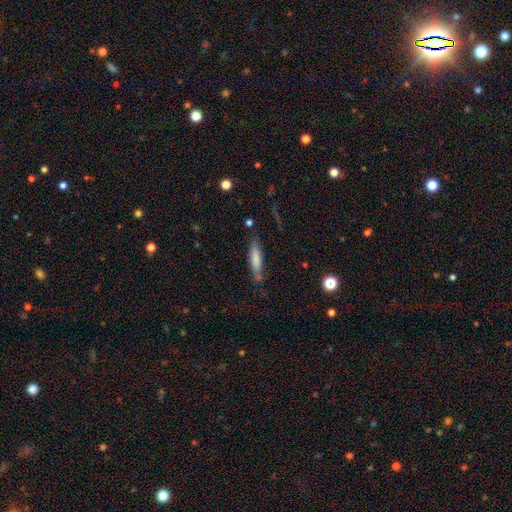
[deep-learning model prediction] smooth-or-featured: smooth: 57% | featured or disk: 34% | star or artifact: 10%
  how-rounded: cigar-shaped: 83% | in between: 15% | round: 2%
  merging: none: 71% | minor disturbance: 19% | major disturbance: 6% | merger: 4%